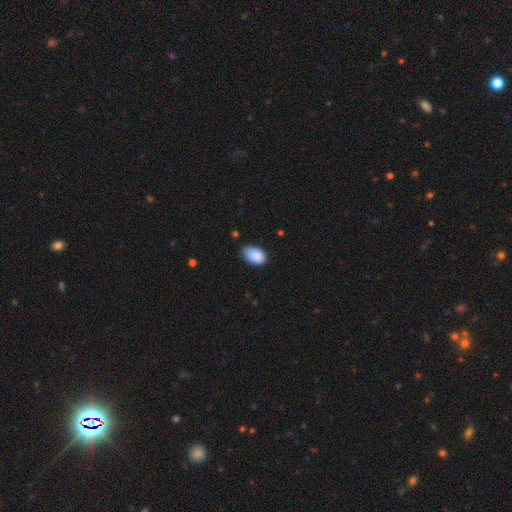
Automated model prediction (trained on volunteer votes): A smooth galaxy with no disk features (89%) that is in between round and cigar-shaped (91%). Merging: none (64%).